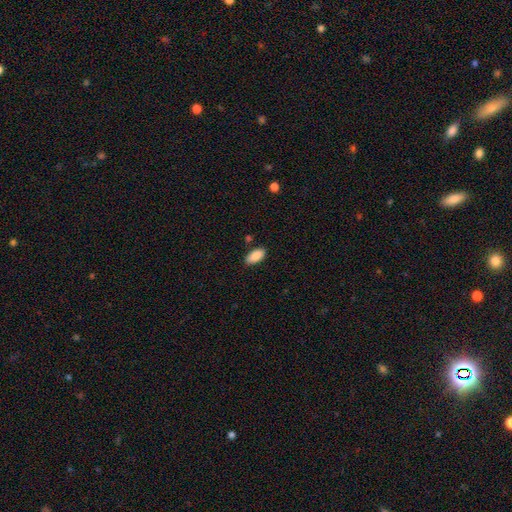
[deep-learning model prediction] Smooth or featured?
  - smooth: 88% *
  - star or artifact: 7%
  - featured or disk: 5%
How rounded?
  - in between: 93% *
  - cigar-shaped: 5%
  - round: 2%
Merging?
  - none: 83% *
  - minor disturbance: 12%
  - merger: 3%
  - major disturbance: 2%